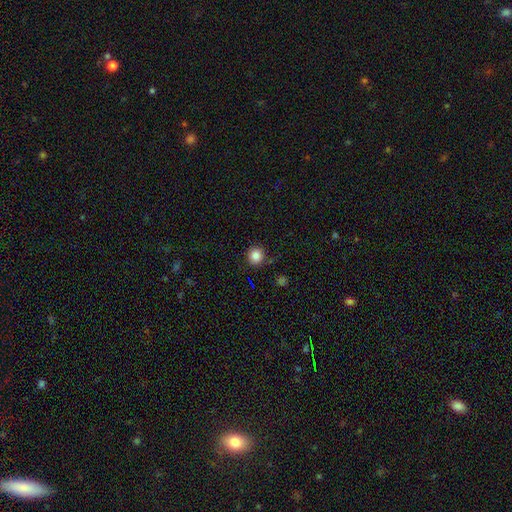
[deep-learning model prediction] The model was most divided on "smooth or featured": smooth: 84%, star or artifact: 11%, featured or disk: 5%. More confident: how rounded — round (93%); merging — none (88%).